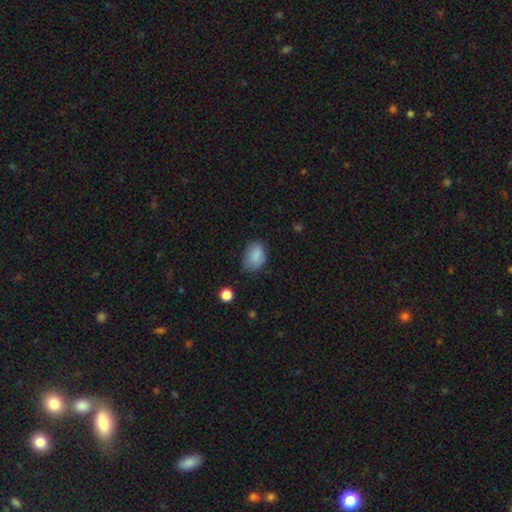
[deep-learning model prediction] Overall: smooth (85%). How rounded: in between (72%). Merging: none (57%; minor disturbance 33%).